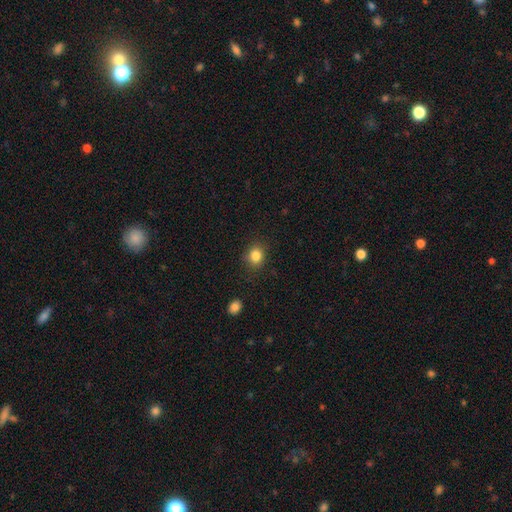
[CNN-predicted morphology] A smooth galaxy with no disk features (84%) that is round (72%). Merging: none (85%).